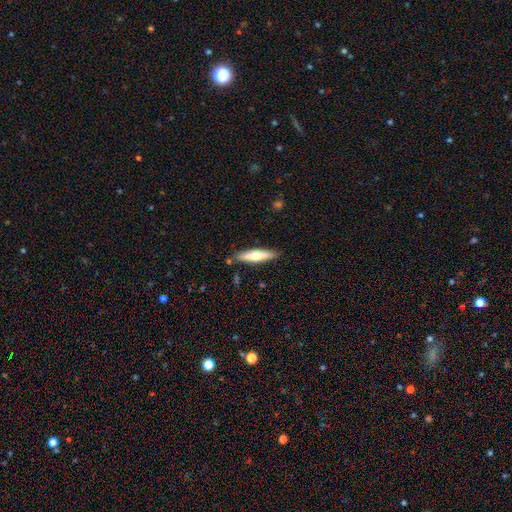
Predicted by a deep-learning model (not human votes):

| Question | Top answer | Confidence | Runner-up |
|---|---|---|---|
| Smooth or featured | smooth | 57% | featured or disk (38%) |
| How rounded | cigar-shaped | 79% | in between (19%) |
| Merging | none | 85% | minor disturbance (11%) |